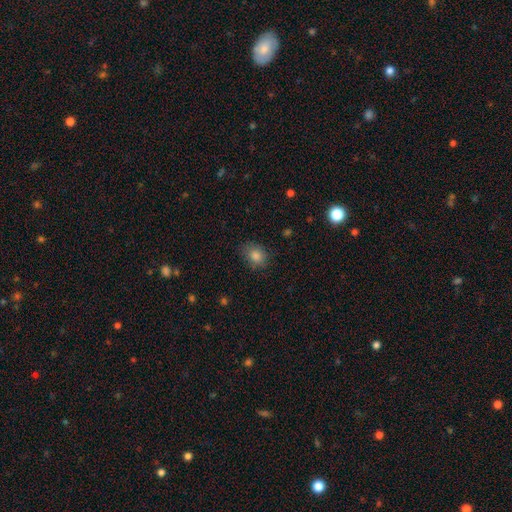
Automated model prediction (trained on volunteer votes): Morphology: type=smooth (82%); roundness=in between (50%); merging=none (76%).